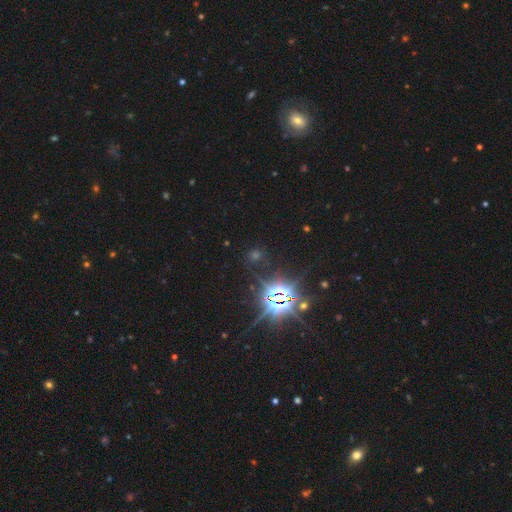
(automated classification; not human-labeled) smooth_or_featured: star or artifact (p=0.76) [alt: smooth p=0.15]